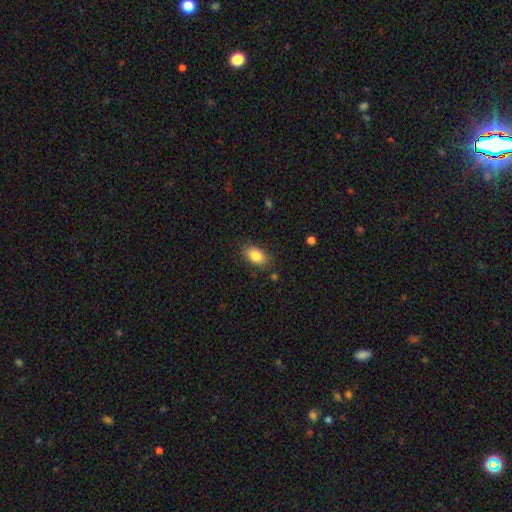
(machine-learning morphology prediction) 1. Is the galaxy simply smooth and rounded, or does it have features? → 85% smooth, 8% star or artifact, 7% featured or disk.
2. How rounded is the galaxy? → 90% in between, 8% round, 2% cigar-shaped.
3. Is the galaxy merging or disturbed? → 84% none, 11% minor disturbance, 3% major disturbance, 1% merger.